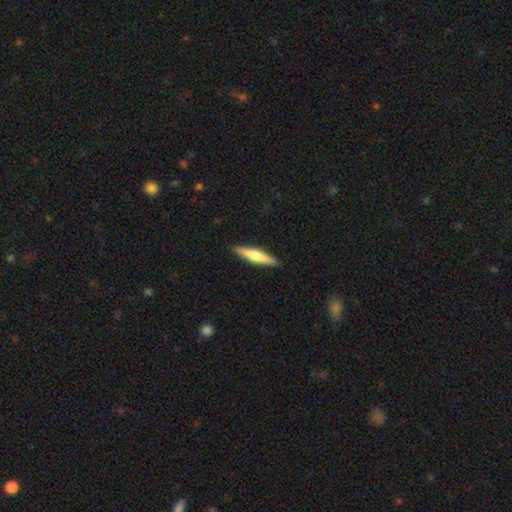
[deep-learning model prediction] A smooth galaxy with no disk features (55%) that is cigar-shaped (86%). Merging: none (90%).